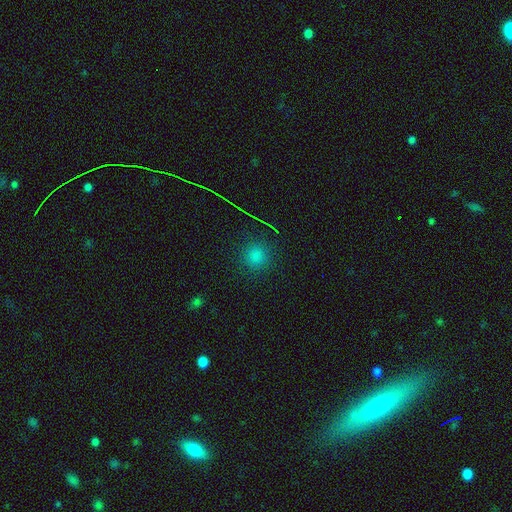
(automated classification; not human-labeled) This is likely a smooth galaxy (70%). How rounded: clearly round (92%). Merging: clearly none (88%).